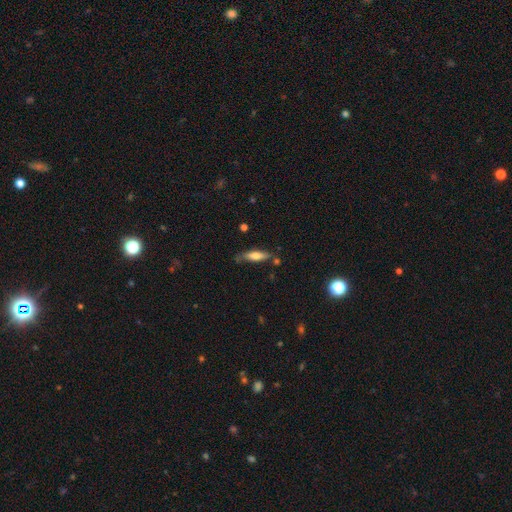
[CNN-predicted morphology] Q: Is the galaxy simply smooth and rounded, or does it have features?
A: smooth — 64%.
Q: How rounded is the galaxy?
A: cigar-shaped — 61%.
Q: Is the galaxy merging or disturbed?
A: none — 68%.